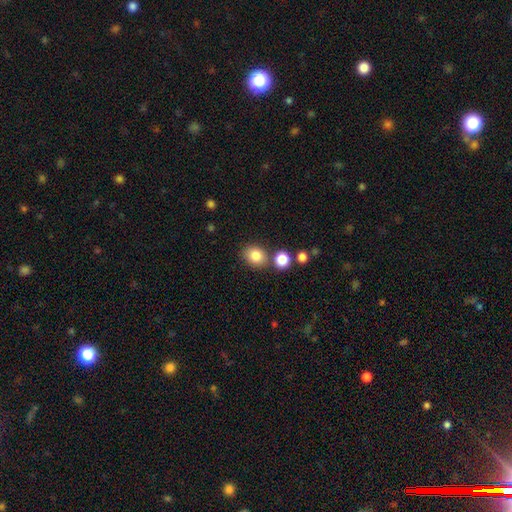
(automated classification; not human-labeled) Smooth or featured? Predicted: smooth (p=0.82). How rounded? Predicted: round (p=0.61). Merging? Predicted: none (p=0.74).